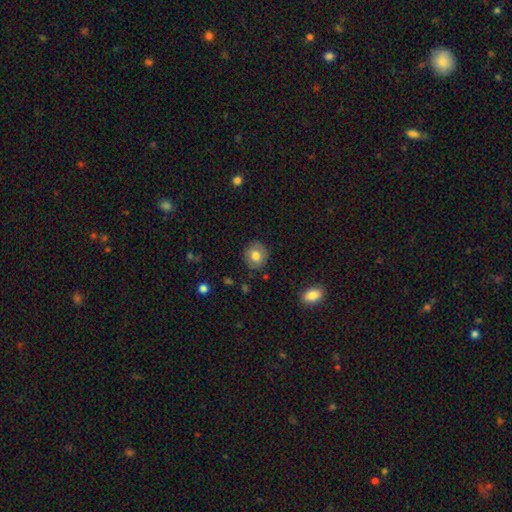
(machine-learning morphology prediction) Smooth or featured? Predicted: smooth (p=0.77). How rounded? Predicted: round (p=0.85). Merging? Predicted: none (p=0.85).